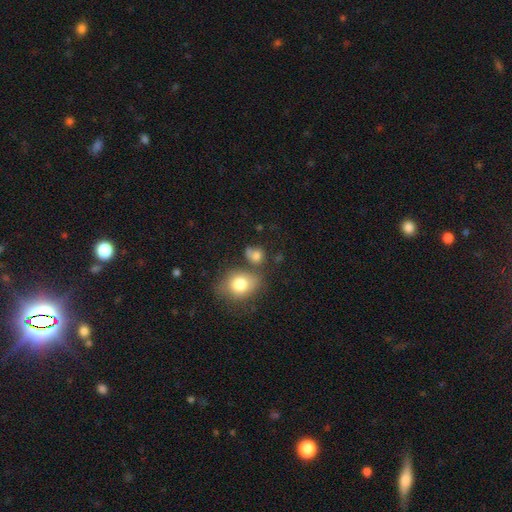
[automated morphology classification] This appears to be a smooth galaxy with no disk features (76%) that is round (66%). Merging: none (51%).